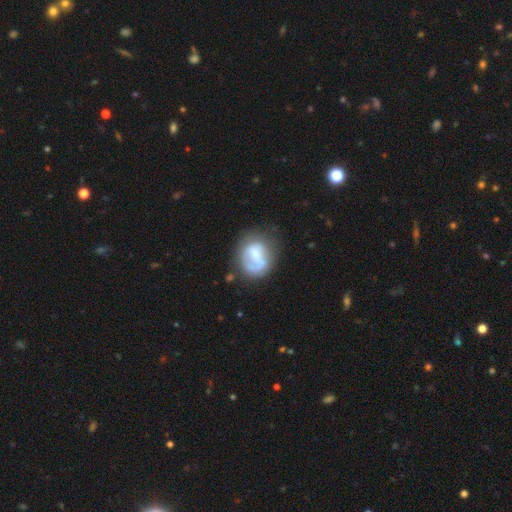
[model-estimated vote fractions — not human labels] The model was most divided on "smooth or featured": featured or disk: 50%, smooth: 42%, star or artifact: 8%. Remaining: edge-on disk — no (97%); merging — none (50%).